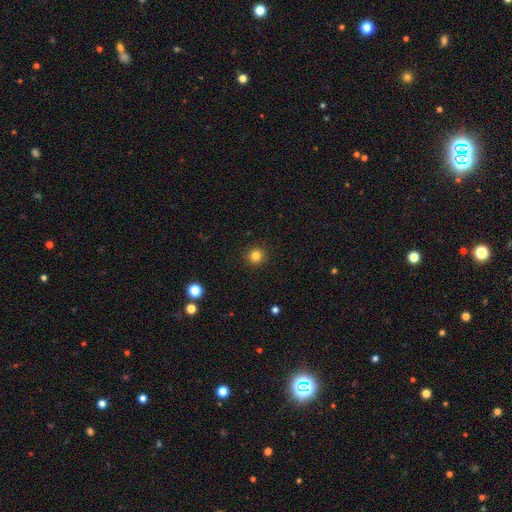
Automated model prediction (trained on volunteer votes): A smooth galaxy with no disk features (83%) that is round (95%).

Vote fractions:
- Smooth or featured? smooth: 83% / star or artifact: 13% / featured or disk: 5%
- How rounded? round: 95% / in between: 4% / cigar-shaped: 1%
- Merging? none: 93% / minor disturbance: 5% / major disturbance: 2% / merger: 1%